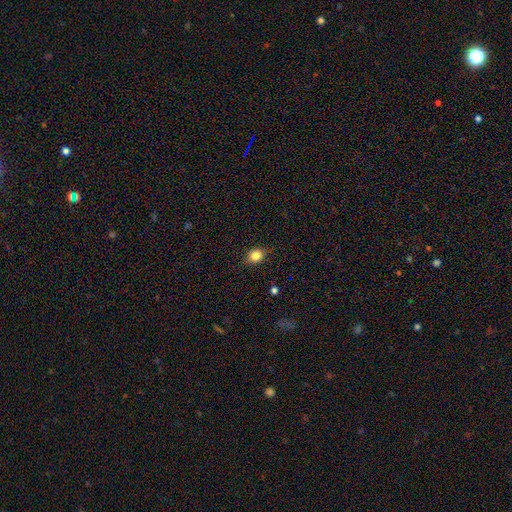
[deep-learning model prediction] Overall: smooth (83%). How rounded: round (57%; in between 42%). Merging: none (86%).